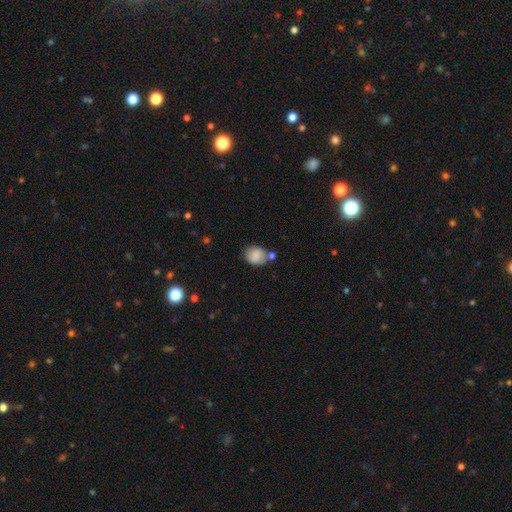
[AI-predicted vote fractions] This appears to be a smooth galaxy with no disk features (83%) that is round (51%). Merging: none (57%).